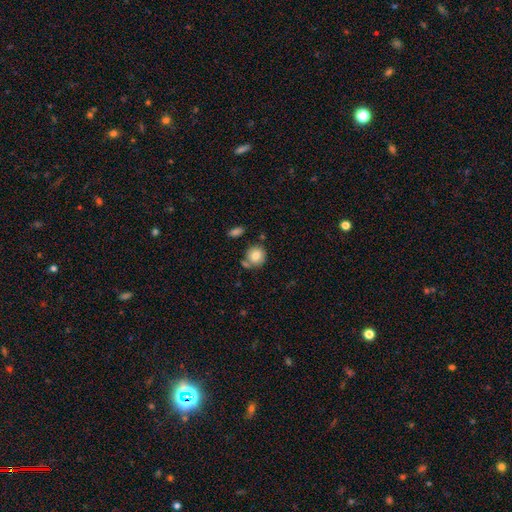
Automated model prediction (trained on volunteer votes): Overall: smooth (80%). How rounded: round (85%). Merging: none (67%).